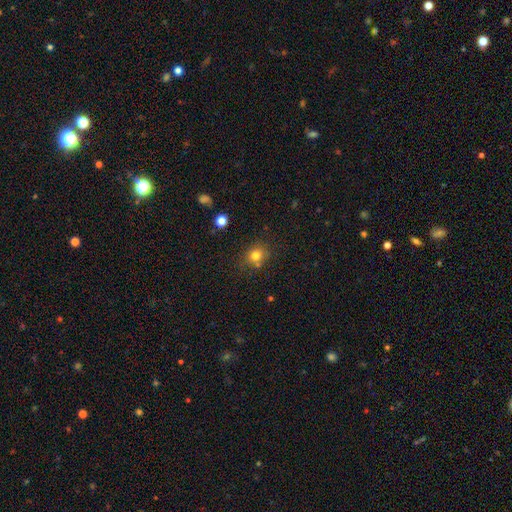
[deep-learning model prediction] Morphology: type=smooth (78%); roundness=round (76%); merging=none (72%).